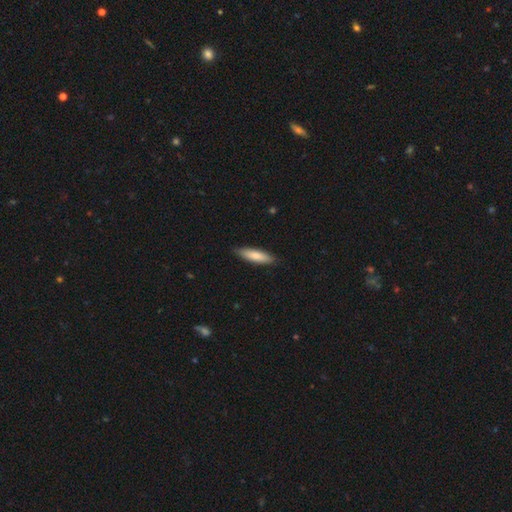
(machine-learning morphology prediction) Smooth or featured: smooth — 79% (featured or disk — 15%)
How rounded: cigar-shaped — 66% (in between — 33%)
Merging: none — 87% (minor disturbance — 11%)